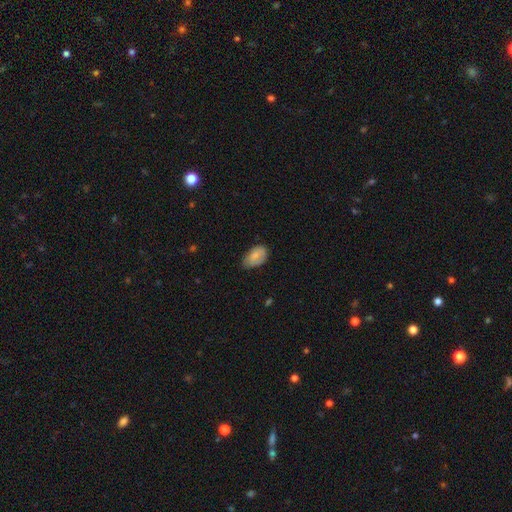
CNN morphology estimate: smooth_or_featured: smooth (p=0.79) [alt: featured or disk p=0.14]
how_rounded: in between (p=0.91) [alt: round p=0.07]
merging: none (p=0.53) [alt: minor disturbance p=0.38]